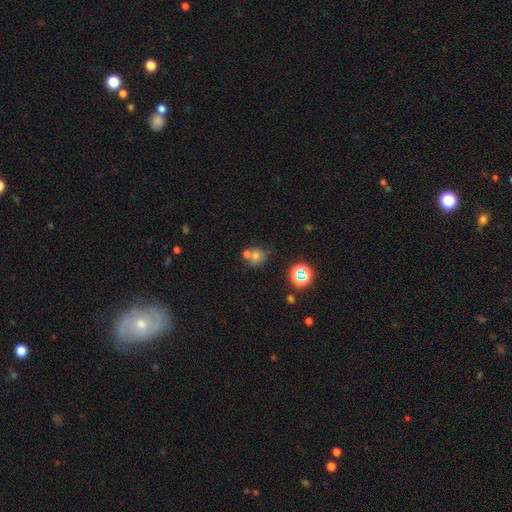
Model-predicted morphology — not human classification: This appears to be a smooth galaxy with no disk features (64%) that is round (80%). Merging: none (46%).